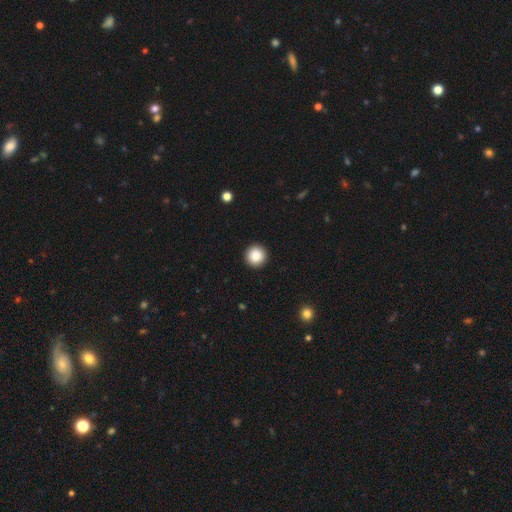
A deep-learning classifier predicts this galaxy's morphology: This appears to be a smooth galaxy with no disk features (88%) that is round (96%). Merging: none (93%).